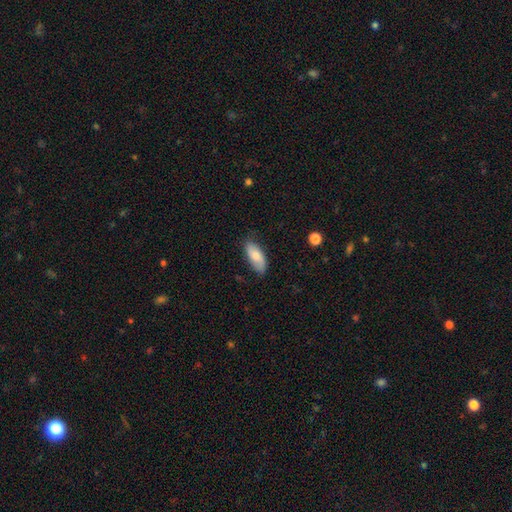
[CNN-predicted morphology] smooth_or_featured: smooth (p=0.70) [alt: featured or disk p=0.24]
how_rounded: in between (p=0.87) [alt: cigar-shaped p=0.10]
merging: none (p=0.75) [alt: minor disturbance p=0.20]